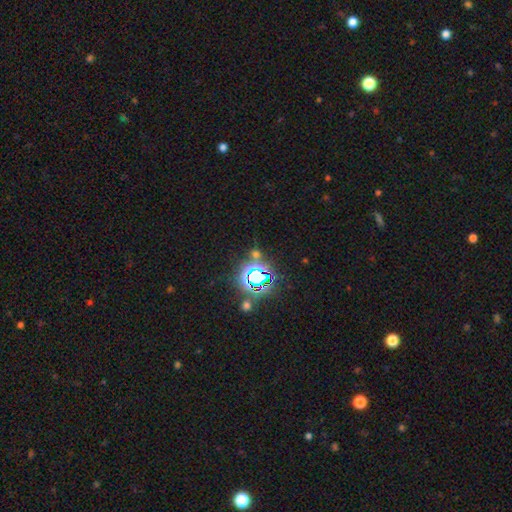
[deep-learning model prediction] Smooth or featured? Predicted: star or artifact (p=0.71).